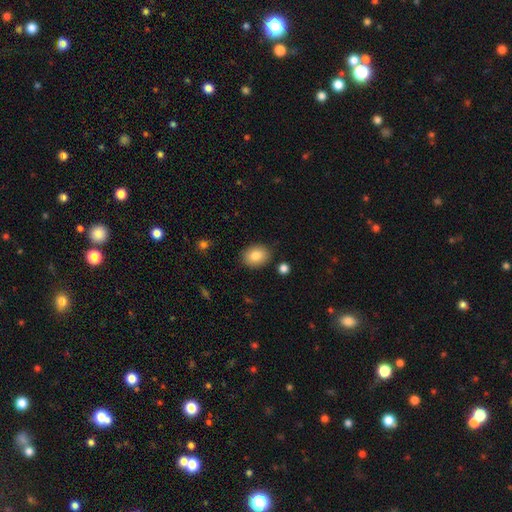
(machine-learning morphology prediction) smooth-or-featured: smooth: 84% | star or artifact: 8% | featured or disk: 8%
  how-rounded: in between: 63% | round: 36% | cigar-shaped: 1%
  merging: none: 86% | minor disturbance: 10% | major disturbance: 2% | merger: 2%